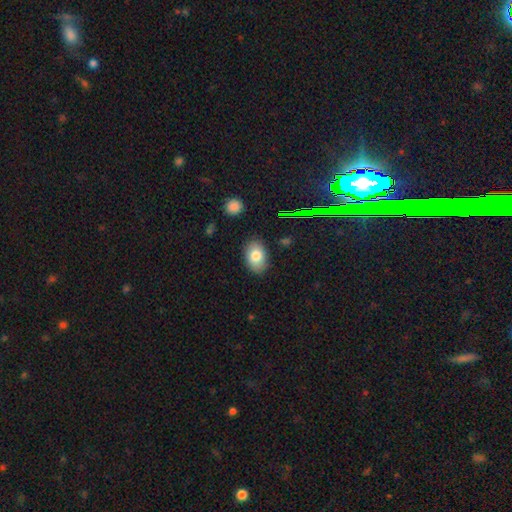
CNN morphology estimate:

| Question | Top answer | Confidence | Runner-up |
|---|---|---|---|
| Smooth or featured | smooth | 79% | featured or disk (12%) |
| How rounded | in between | 87% | round (12%) |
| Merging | none | 84% | minor disturbance (12%) |